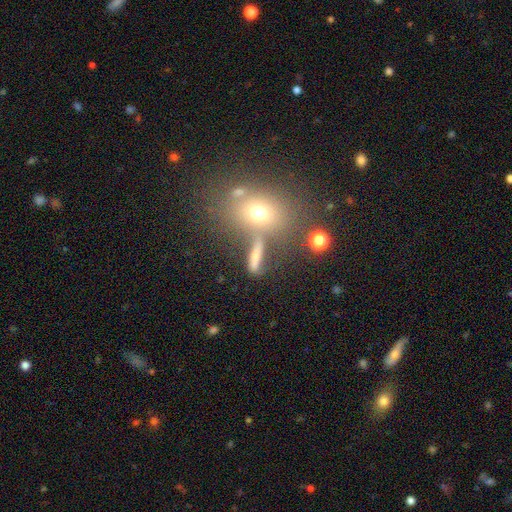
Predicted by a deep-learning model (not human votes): Q: Smooth or featured?
A: smooth (61%); runner-up: featured or disk (22%)
Q: How rounded?
A: cigar-shaped (39%); runner-up: in between (34%)
Q: Merging?
A: none (56%); runner-up: merger (21%)